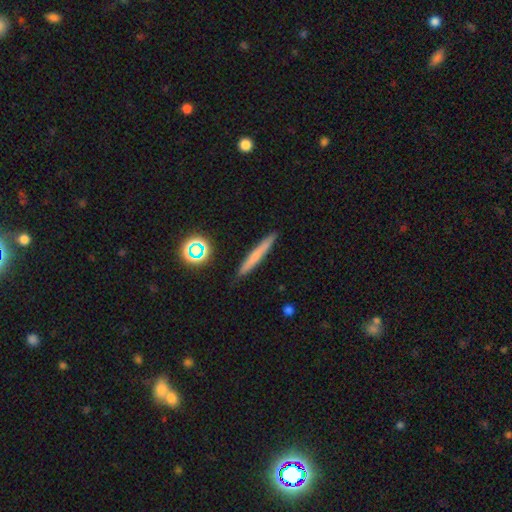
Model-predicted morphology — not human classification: This appears to be a smooth galaxy with no disk features (62%) that is cigar-shaped (95%). Merging: none (90%).